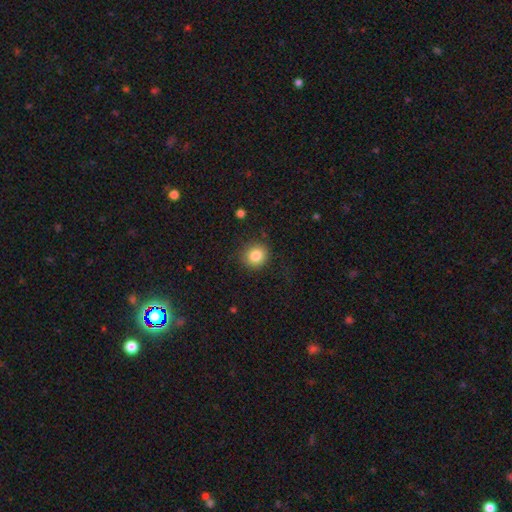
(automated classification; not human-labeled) Smooth or featured?
  - smooth: 85% *
  - star or artifact: 10%
  - featured or disk: 5%
How rounded?
  - round: 86% *
  - in between: 13%
  - cigar-shaped: 1%
Merging?
  - none: 85% *
  - minor disturbance: 10%
  - major disturbance: 3%
  - merger: 1%